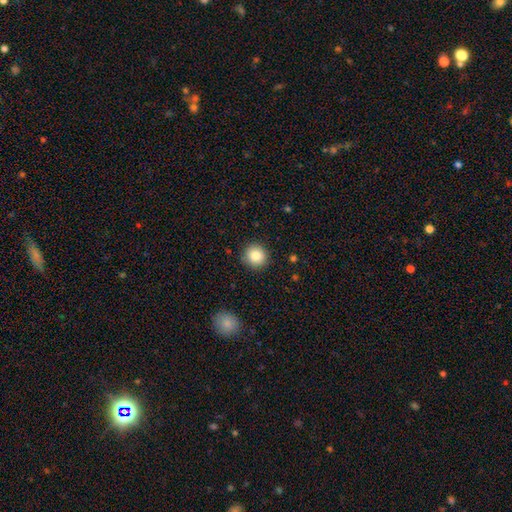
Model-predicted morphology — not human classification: Smooth or featured?
  - smooth: 84% *
  - star or artifact: 9%
  - featured or disk: 6%
How rounded?
  - round: 91% *
  - in between: 8%
  - cigar-shaped: 1%
Merging?
  - none: 90% *
  - minor disturbance: 7%
  - major disturbance: 2%
  - merger: 1%